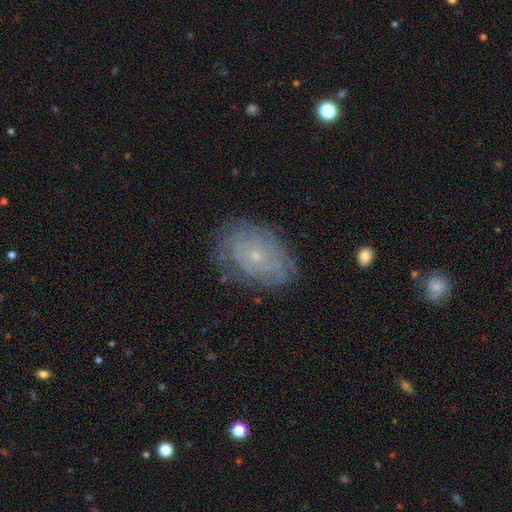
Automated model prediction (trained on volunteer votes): featured or disk 70%, smooth 21%, star or artifact 9%. Down the decision tree: edge-on disk — no (96%); bar — no (81%); spiral arms — yes (82%); spiral arm count — can't tell (58%); spiral winding — tight (74%); bulge size — small (79%); merging — none (75%).